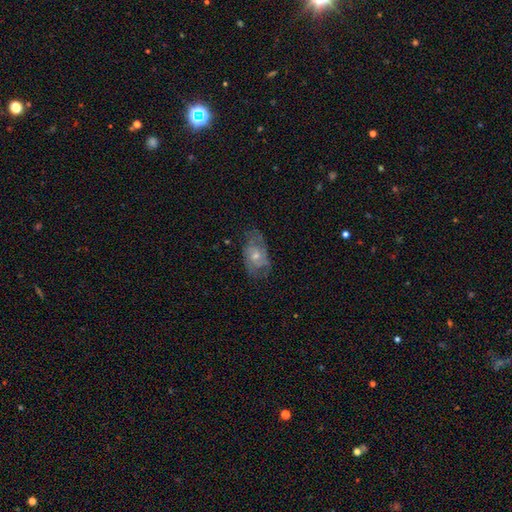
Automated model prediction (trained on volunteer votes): Morphology: type=featured or disk (60%); edge-on=no (93%); bar=no (78%); spiral arms=yes (69%); bulge=moderate (47%, tied with small); merging=none (65%).